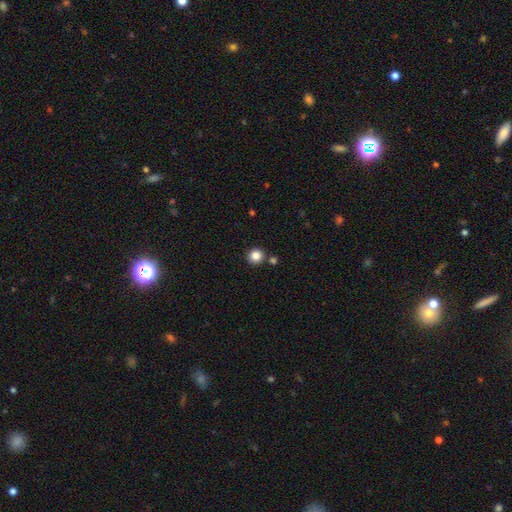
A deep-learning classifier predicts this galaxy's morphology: Smooth or featured?
  - smooth: 85% *
  - star or artifact: 11%
  - featured or disk: 4%
How rounded?
  - round: 93% *
  - in between: 6%
  - cigar-shaped: 1%
Merging?
  - none: 84% *
  - merger: 7%
  - minor disturbance: 6%
  - major disturbance: 2%